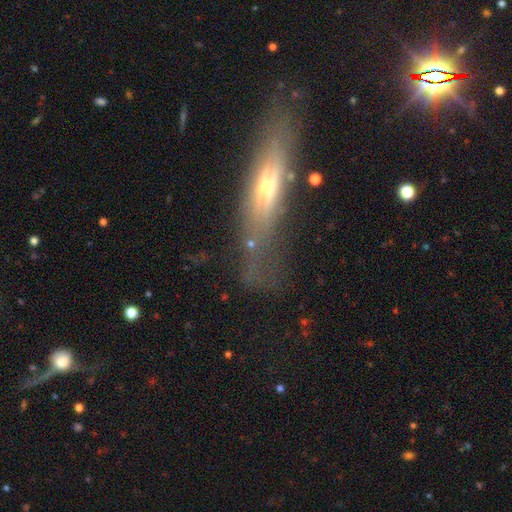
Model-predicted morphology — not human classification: A featured or disk galaxy (52%) viewed edge-on (65%). Merging: none (62%).